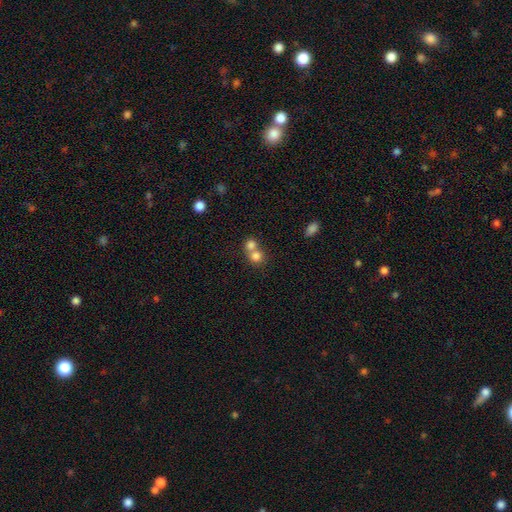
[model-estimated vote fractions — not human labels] smooth_or_featured: smooth (p=0.79) [alt: star or artifact p=0.11]
how_rounded: round (p=0.81) [alt: in between p=0.17]
merging: merger (p=0.59) [alt: none p=0.34]